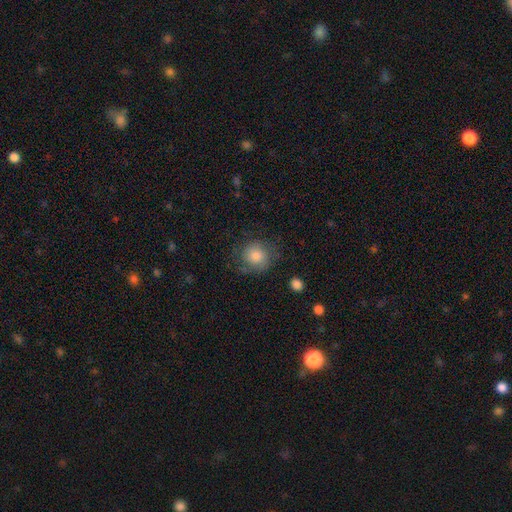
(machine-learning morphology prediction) Smooth or featured? smooth (64%)
How rounded? round (85%)
Merging? none (68%)